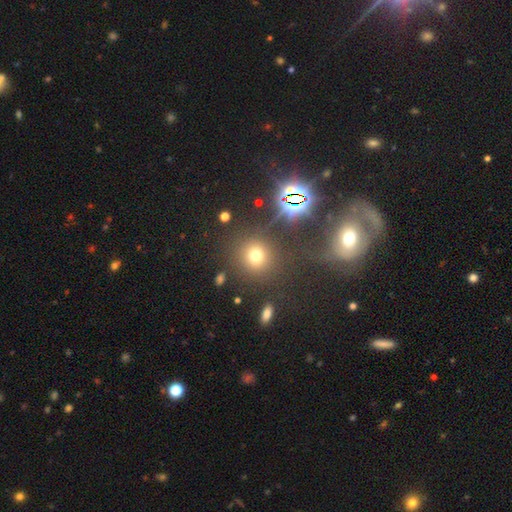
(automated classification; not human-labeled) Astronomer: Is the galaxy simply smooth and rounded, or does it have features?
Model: smooth — 66%.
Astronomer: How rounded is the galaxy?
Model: round — 89%.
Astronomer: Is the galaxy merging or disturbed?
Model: none — 83%.